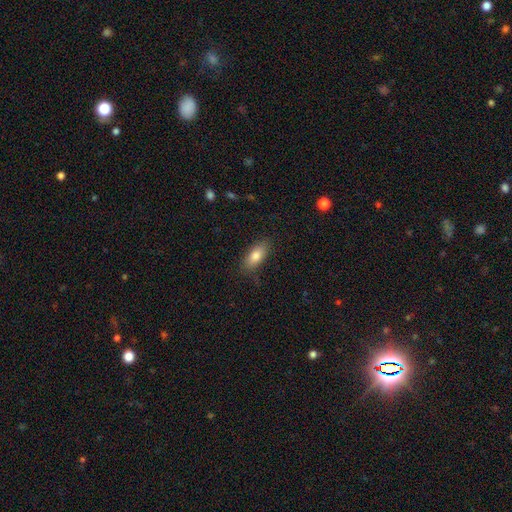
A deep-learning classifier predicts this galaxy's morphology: The model was most divided on "smooth or featured": smooth: 81%, featured or disk: 12%, star or artifact: 7%. More confident: how rounded — in between (85%); merging — none (83%).